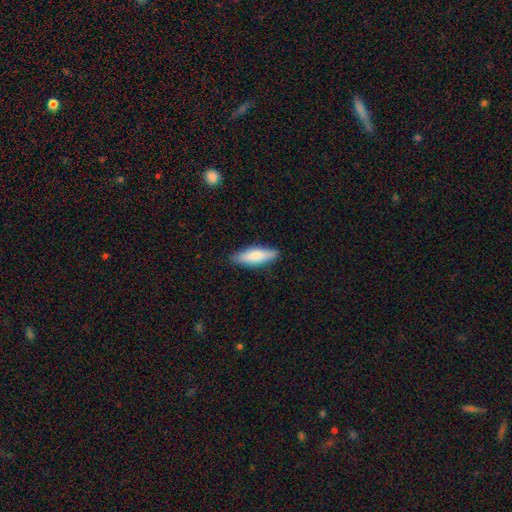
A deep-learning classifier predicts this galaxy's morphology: Smooth or featured? Predicted: smooth (p=0.80). How rounded? Predicted: cigar-shaped (p=0.53). Merging? Predicted: none (p=0.85).